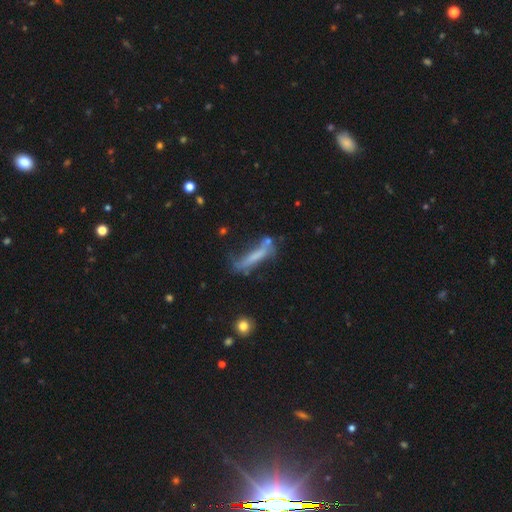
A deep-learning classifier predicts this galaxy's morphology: Q: Smooth or featured?
A: smooth (50%); runner-up: featured or disk (39%)
Q: Merging?
A: none (39%); runner-up: minor disturbance (25%)